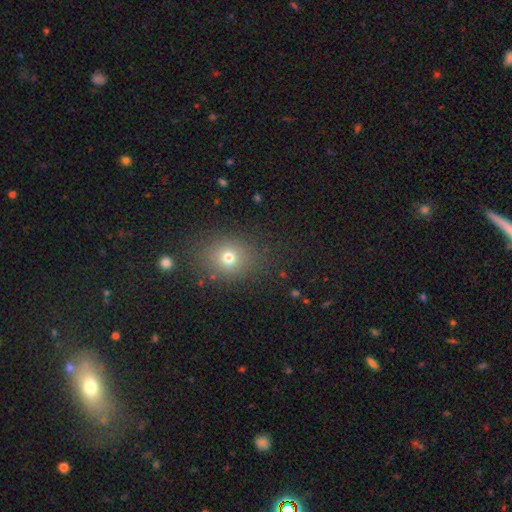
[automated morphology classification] Q: Smooth or featured?
A: smooth (65%); runner-up: star or artifact (26%)
Q: How rounded?
A: round (56%); runner-up: in between (43%)
Q: Merging?
A: none (86%); runner-up: minor disturbance (9%)